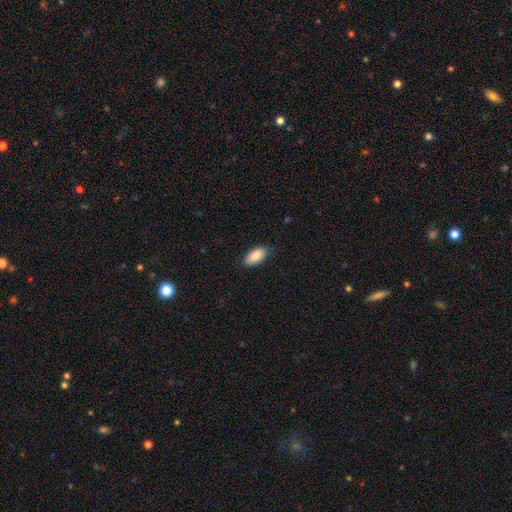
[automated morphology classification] A smooth galaxy with no disk features (88%) that is in between round and cigar-shaped (93%). Merging: none (84%).